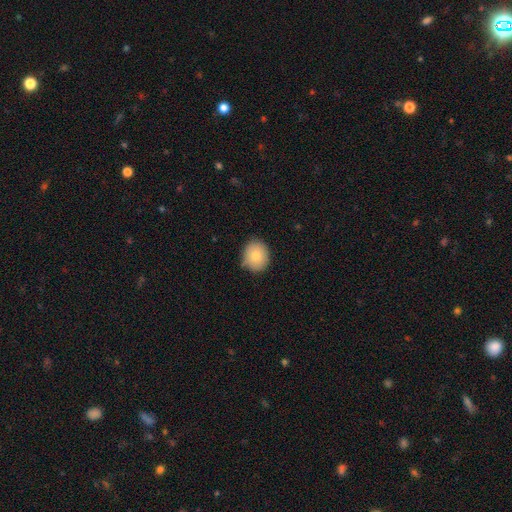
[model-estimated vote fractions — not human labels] Smooth or featured: smooth — 79% (featured or disk — 12%)
How rounded: round — 71% (in between — 29%)
Merging: none — 82% (minor disturbance — 14%)